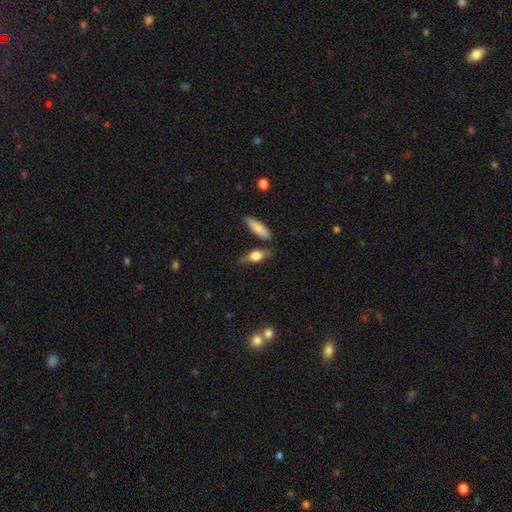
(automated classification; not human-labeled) Overall: smooth (65%; featured or disk 27%). How rounded: in between (63%; cigar-shaped 29%). Merging: none (68%).